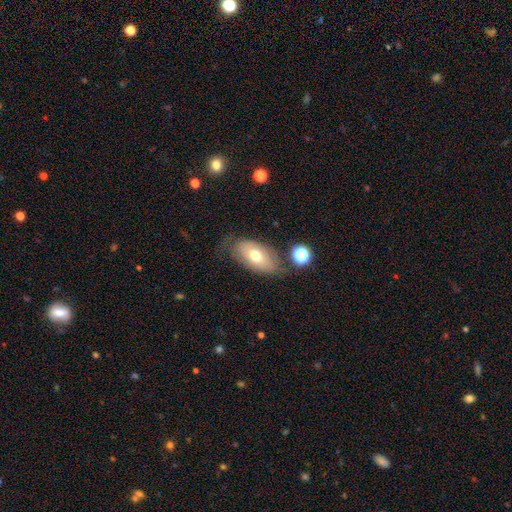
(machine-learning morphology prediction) smooth 66%, featured or disk 25%, star or artifact 9%. Down the decision tree: how rounded — in between (90%); merging — none (65%).